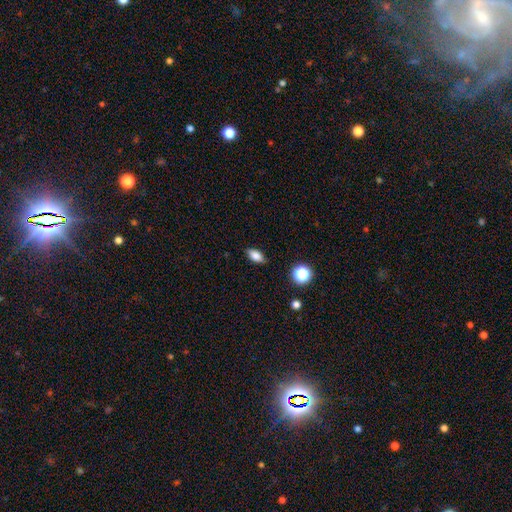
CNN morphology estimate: This appears to be a smooth galaxy with no disk features (80%) that is in between round and cigar-shaped (83%). Merging: none (86%).